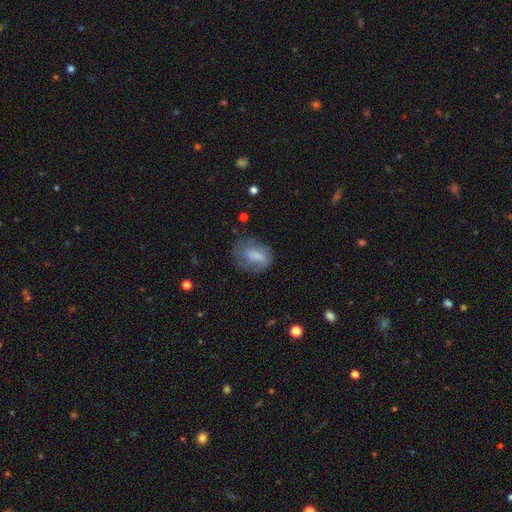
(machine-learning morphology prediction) A smooth galaxy with no disk features (59%) that is in between round and cigar-shaped (65%).

Vote fractions:
- Smooth or featured? smooth: 59% / featured or disk: 32% / star or artifact: 9%
- How rounded? in between: 65% / round: 31% / cigar-shaped: 4%
- Merging? none: 54% / minor disturbance: 26% / major disturbance: 18% / merger: 2%